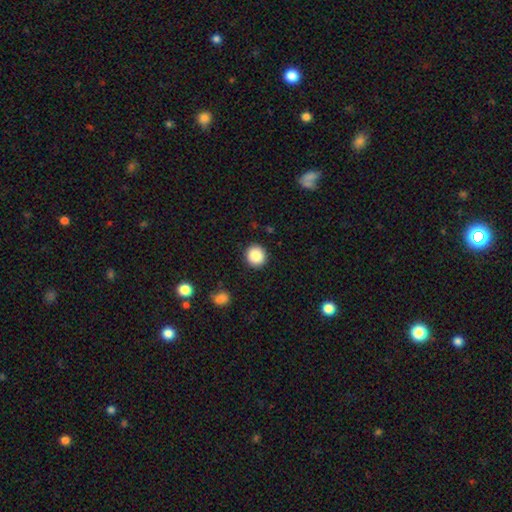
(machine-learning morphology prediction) This appears to be a smooth galaxy with no disk features (86%) that is round (92%). Merging: none (91%).